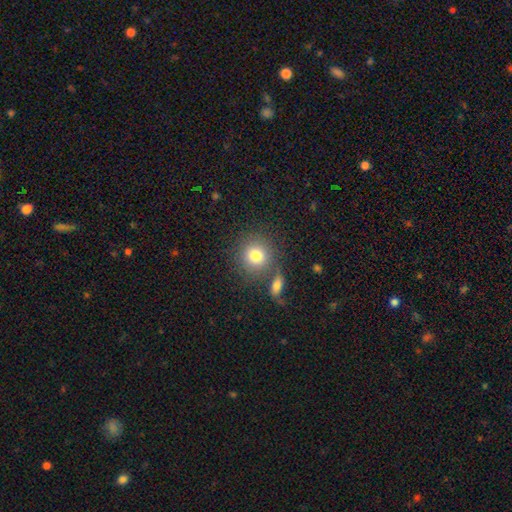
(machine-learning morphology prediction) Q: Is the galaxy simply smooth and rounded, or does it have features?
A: smooth — 80%.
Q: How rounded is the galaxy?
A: round — 89%.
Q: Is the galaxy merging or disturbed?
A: none — 72%.